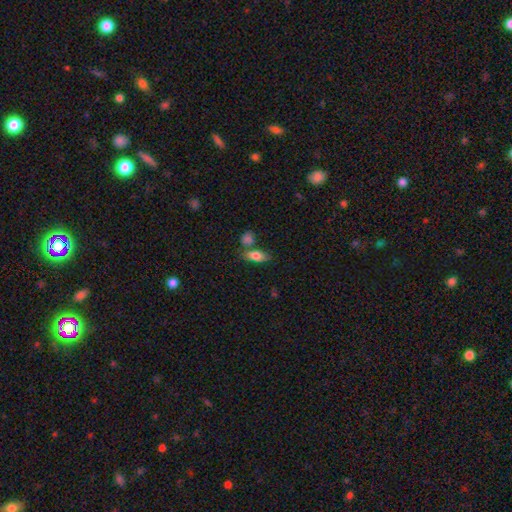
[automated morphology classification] A smooth galaxy with no disk features (76%) that is in between round and cigar-shaped (77%). Merging: none (62%).